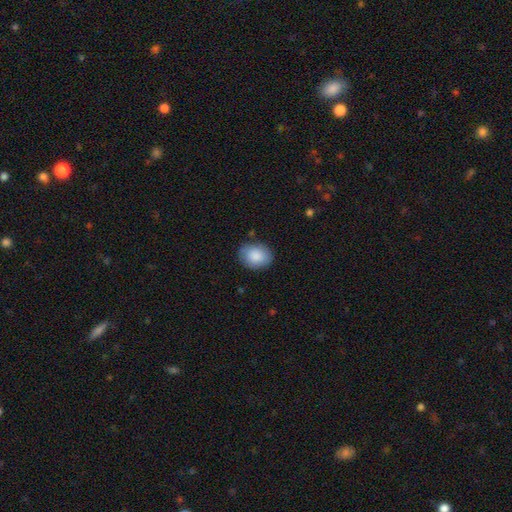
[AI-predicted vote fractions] Q: Smooth or featured?
A: smooth (87%); runner-up: featured or disk (7%)
Q: How rounded?
A: in between (58%); runner-up: round (41%)
Q: Merging?
A: none (81%); runner-up: minor disturbance (14%)